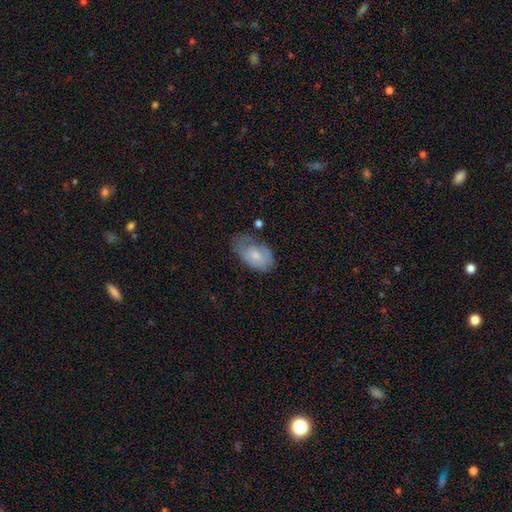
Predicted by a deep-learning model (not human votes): smooth-or-featured: smooth: 62% | featured or disk: 32% | star or artifact: 7%
  how-rounded: in between: 90% | round: 8% | cigar-shaped: 2%
  merging: minor disturbance: 38% | none: 37% | major disturbance: 22% | merger: 3%